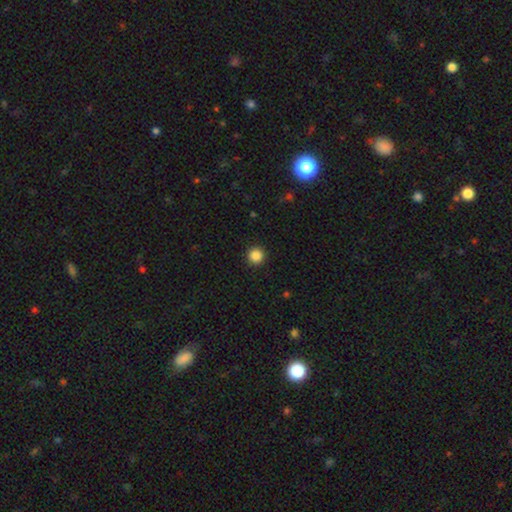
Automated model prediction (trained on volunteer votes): Smooth or featured: smooth — 87% (star or artifact — 10%)
How rounded: round — 96% (in between — 3%)
Merging: none — 93% (minor disturbance — 4%)